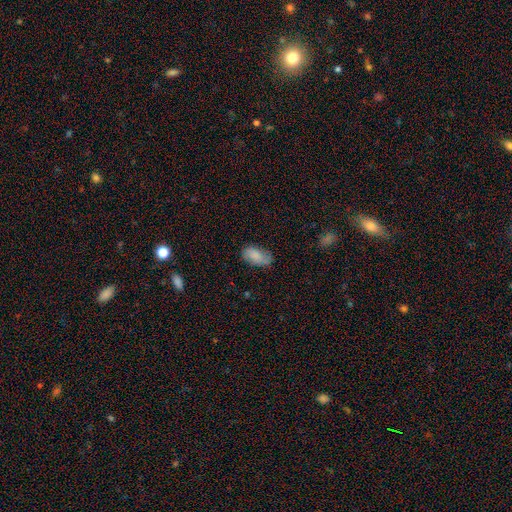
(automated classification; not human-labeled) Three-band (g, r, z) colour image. It shows a smooth galaxy with no disk features (78%) that is in between round and cigar-shaped (94%). Merging: none (63%).